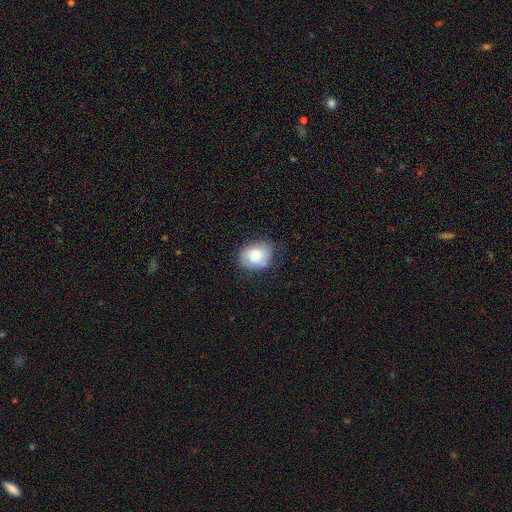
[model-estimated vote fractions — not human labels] smooth 73%, featured or disk 19%, star or artifact 8%. Down the decision tree: how rounded — in between (55%); merging — none (67%).